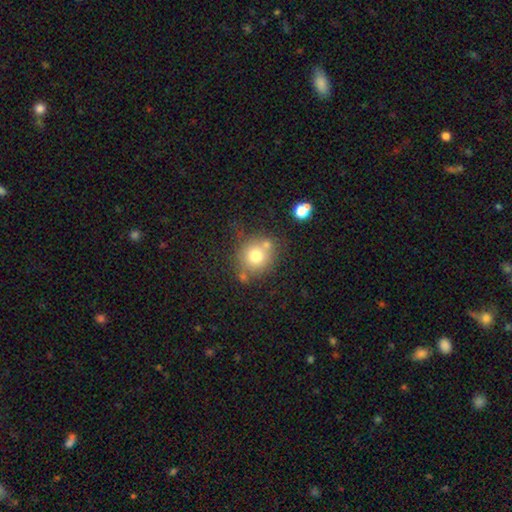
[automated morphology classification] smooth-or-featured: smooth: 74% | featured or disk: 14% | star or artifact: 12%
  how-rounded: round: 86% | in between: 13% | cigar-shaped: 1%
  merging: none: 61% | merger: 19% | minor disturbance: 15% | major disturbance: 6%